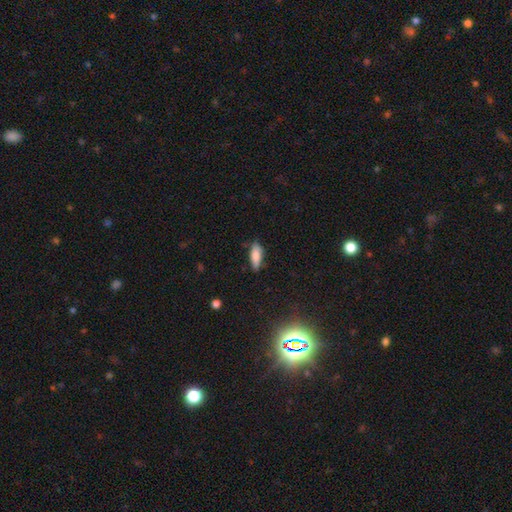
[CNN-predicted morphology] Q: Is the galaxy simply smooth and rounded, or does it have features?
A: smooth — 78%.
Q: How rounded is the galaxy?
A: in between — 60%.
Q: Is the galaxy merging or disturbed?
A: none — 77%.